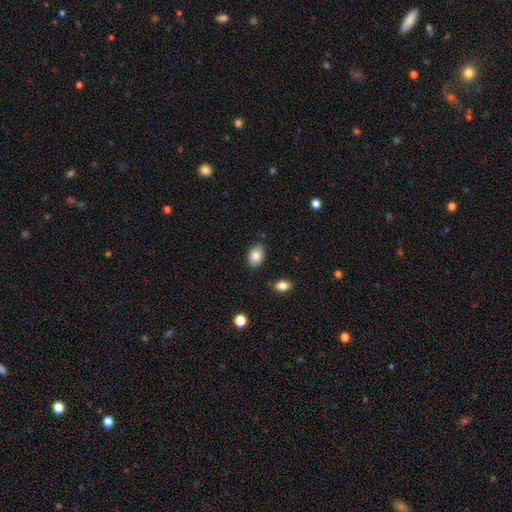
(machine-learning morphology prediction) A smooth galaxy with no disk features (86%) that is in between round and cigar-shaped (85%). Merging: none (79%).